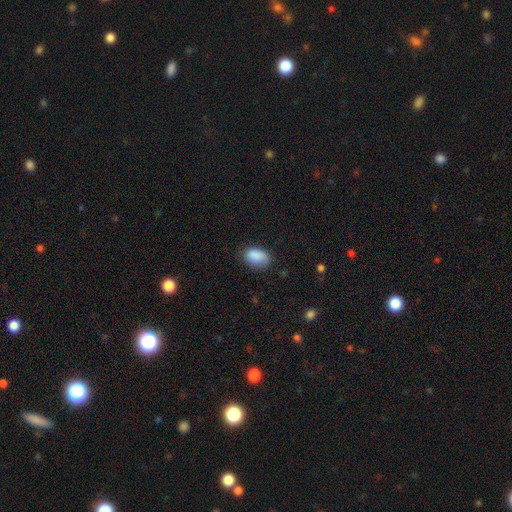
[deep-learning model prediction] smooth-or-featured: smooth: 88% | star or artifact: 8% | featured or disk: 4%
  how-rounded: in between: 87% | round: 12% | cigar-shaped: 1%
  merging: none: 71% | minor disturbance: 23% | major disturbance: 5% | merger: 1%